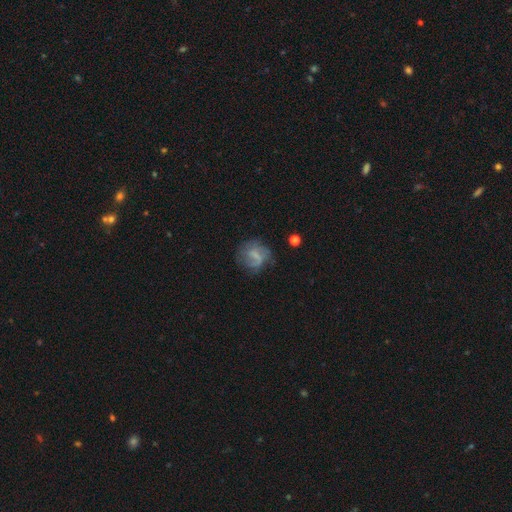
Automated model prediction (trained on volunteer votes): This appears to be a featured or disk galaxy (48%). Merging: none (52%).